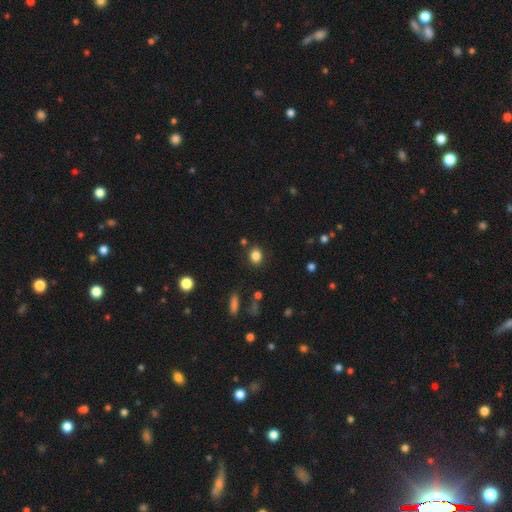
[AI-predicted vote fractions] This appears to be a smooth galaxy with no disk features (84%) that is round (54%). Merging: none (85%).